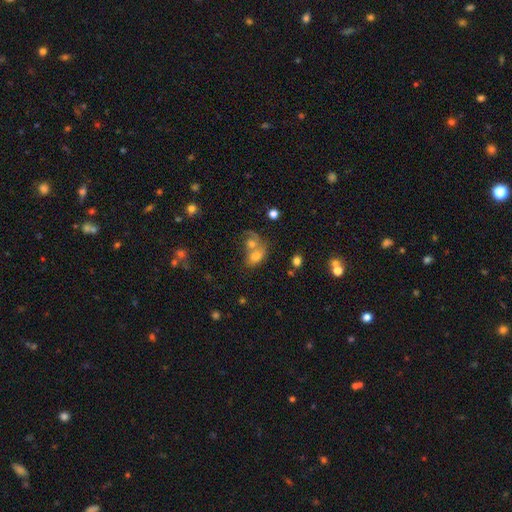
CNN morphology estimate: Smooth or featured: smooth — 65% (featured or disk — 21%)
How rounded: in between — 70% (round — 27%)
Merging: merger — 61% (none — 23%)